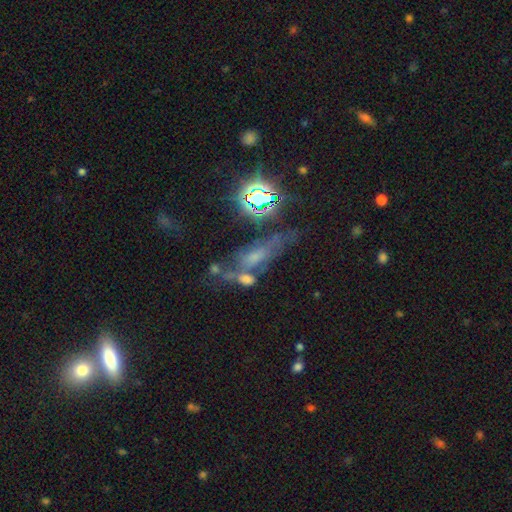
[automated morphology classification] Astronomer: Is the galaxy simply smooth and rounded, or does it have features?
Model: smooth — 38% (runner-up: star or artifact, 33%).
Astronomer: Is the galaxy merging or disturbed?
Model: none — 34% (runner-up: merger, 29%).